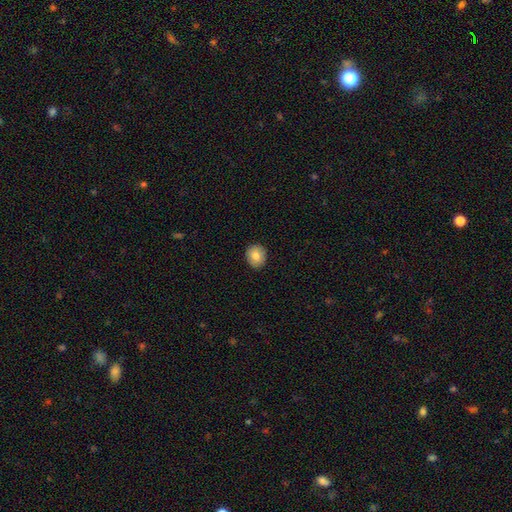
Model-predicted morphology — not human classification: A smooth galaxy with no disk features (81%) that is round (73%).

Vote fractions:
- Smooth or featured? smooth: 81% / featured or disk: 11% / star or artifact: 8%
- How rounded? round: 73% / in between: 26% / cigar-shaped: 1%
- Merging? none: 89% / minor disturbance: 8% / major disturbance: 2% / merger: 1%